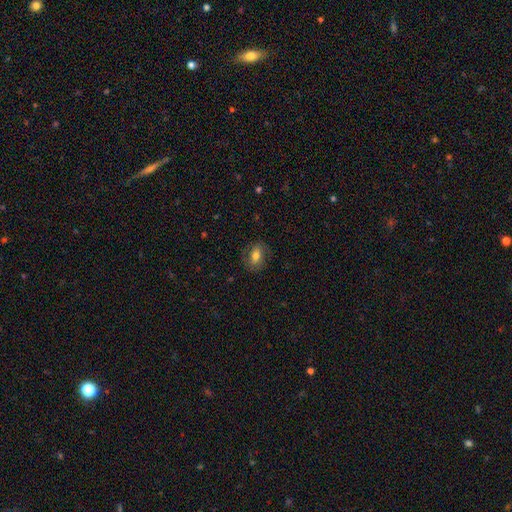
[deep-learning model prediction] A smooth galaxy with no disk features (64%) that is in between round and cigar-shaped (72%). Merging: none (78%).